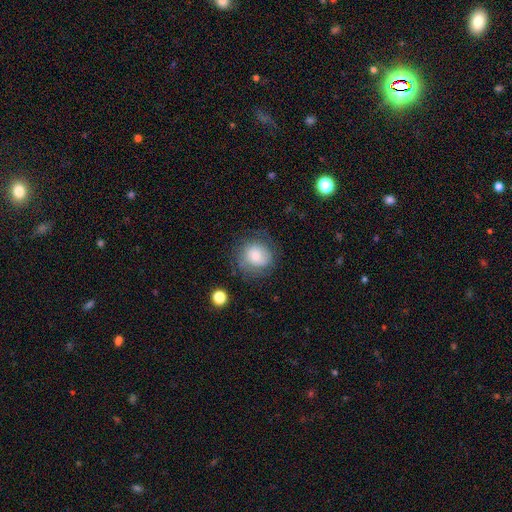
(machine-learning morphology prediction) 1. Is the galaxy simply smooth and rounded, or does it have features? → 69% smooth, 22% featured or disk, 9% star or artifact.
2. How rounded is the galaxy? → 81% round, 18% in between, 1% cigar-shaped.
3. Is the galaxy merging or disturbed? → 66% none, 21% minor disturbance, 11% major disturbance, 2% merger.